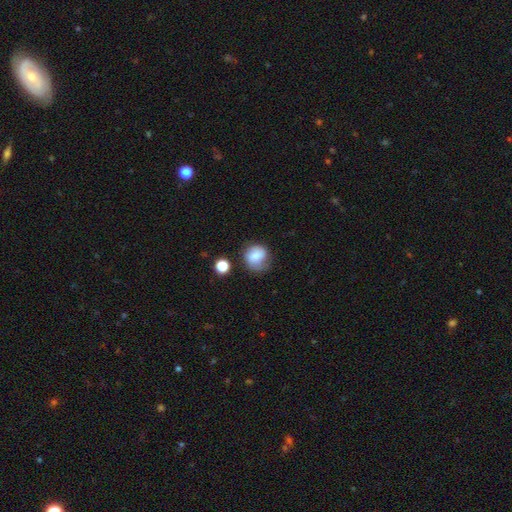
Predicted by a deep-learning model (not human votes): smooth-or-featured: smooth: 67% | featured or disk: 22% | star or artifact: 10%
  how-rounded: round: 72% | in between: 27% | cigar-shaped: 1%
  merging: none: 51% | minor disturbance: 29% | major disturbance: 14% | merger: 5%